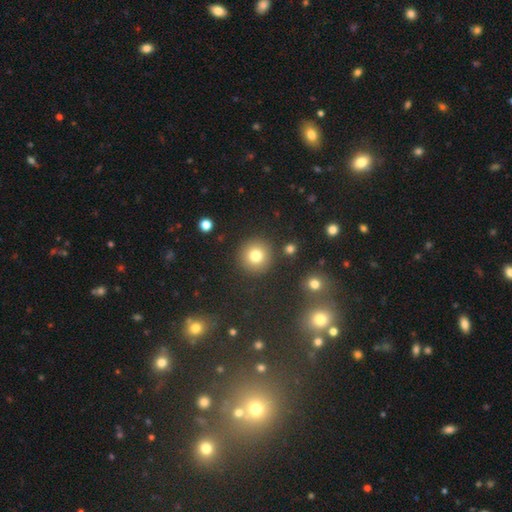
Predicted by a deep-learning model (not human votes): Smooth or featured? smooth (79%)
How rounded? round (94%)
Merging? none (88%)